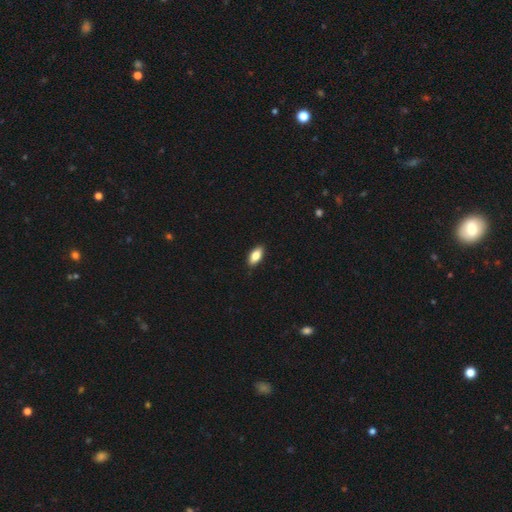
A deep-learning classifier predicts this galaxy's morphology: A smooth galaxy with no disk features (82%) that is in between round and cigar-shaped (90%).

Vote fractions:
- Smooth or featured? smooth: 82% / featured or disk: 11% / star or artifact: 7%
- How rounded? in between: 90% / cigar-shaped: 7% / round: 3%
- Merging? none: 90% / minor disturbance: 8% / major disturbance: 2% / merger: 1%